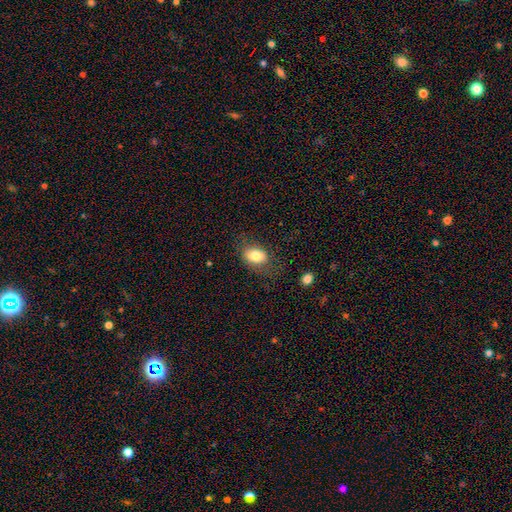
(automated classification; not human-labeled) smooth-or-featured: smooth: 77% | featured or disk: 14% | star or artifact: 8%
  how-rounded: in between: 79% | round: 20% | cigar-shaped: 1%
  merging: none: 69% | minor disturbance: 19% | major disturbance: 10% | merger: 2%